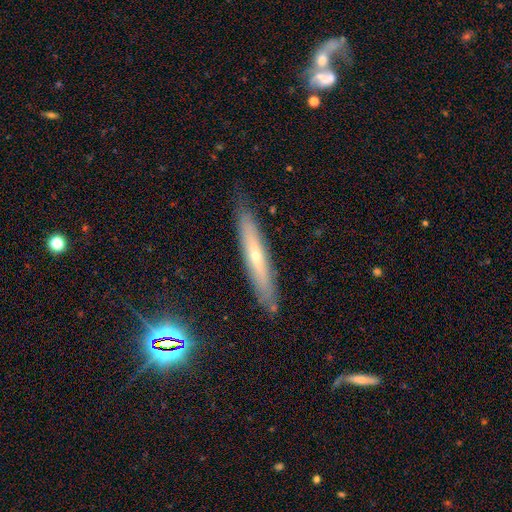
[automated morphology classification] A featured or disk galaxy (55%) viewed edge-on (81%). Merging: none (84%).